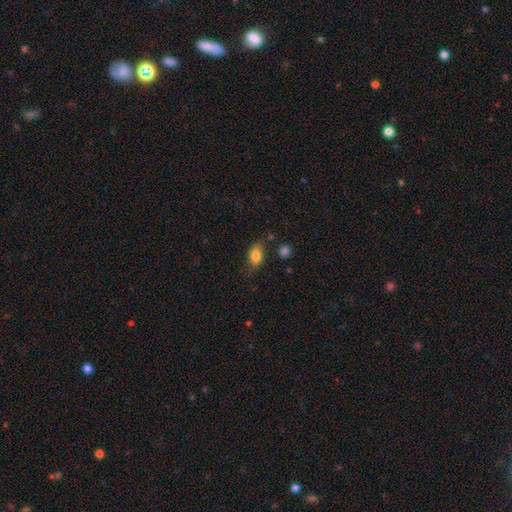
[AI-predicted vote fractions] This is likely a smooth galaxy (80%). How rounded: clearly in between (83%). Merging: likely none (69%).